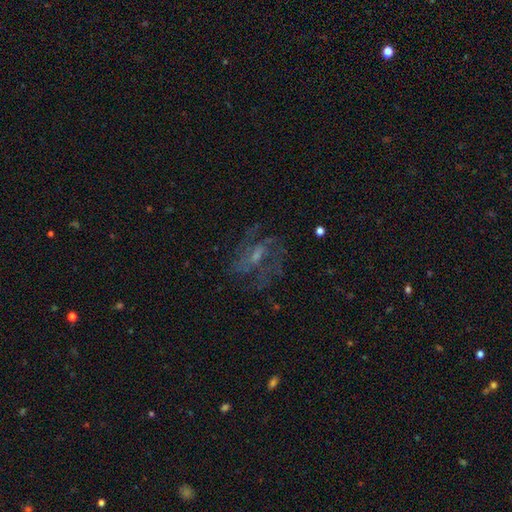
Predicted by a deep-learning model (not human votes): featured or disk 69%, smooth 17%, star or artifact 14%. Down the decision tree: edge-on disk — no (95%); bar — weak (46%); spiral arms — yes (74%); bulge size — small (41%); merging — none (59%).